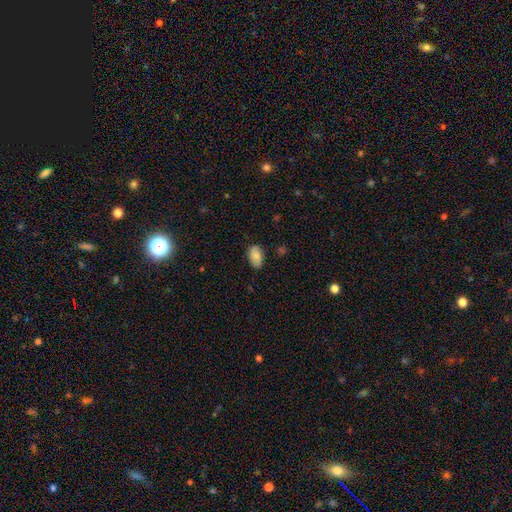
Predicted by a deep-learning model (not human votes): The model was most divided on "merging": none: 81%, minor disturbance: 15%, major disturbance: 3%, merger: 1%. More confident: how rounded — in between (93%); smooth or featured — smooth (82%).